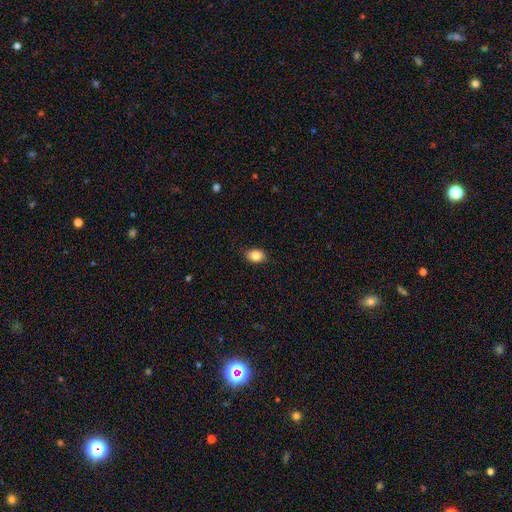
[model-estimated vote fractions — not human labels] A smooth galaxy with no disk features (85%) that is in between round and cigar-shaped (71%). Merging: none (86%).